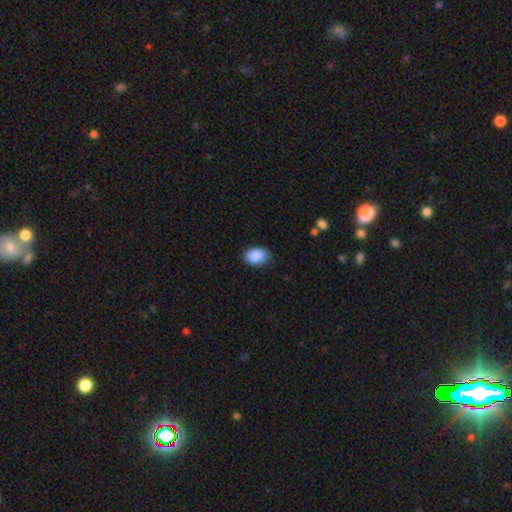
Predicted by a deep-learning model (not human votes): Q: Smooth or featured?
A: smooth (89%); runner-up: star or artifact (7%)
Q: How rounded?
A: in between (81%); runner-up: round (18%)
Q: Merging?
A: none (77%); runner-up: minor disturbance (19%)